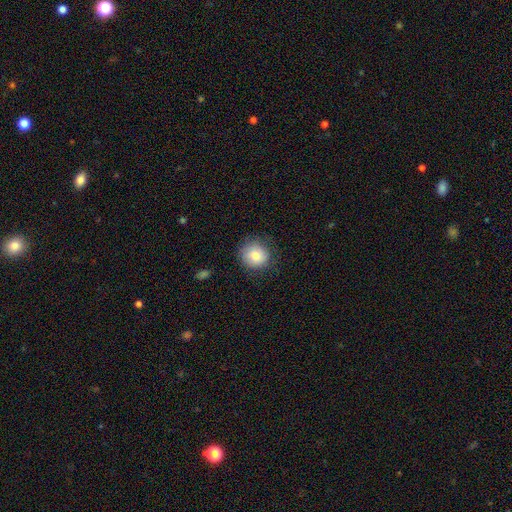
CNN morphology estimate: A smooth galaxy with no disk features (81%) that is round (87%).

Vote fractions:
- Smooth or featured? smooth: 81% / featured or disk: 11% / star or artifact: 8%
- How rounded? round: 87% / in between: 12% / cigar-shaped: 1%
- Merging? none: 82% / minor disturbance: 13% / major disturbance: 4% / merger: 1%